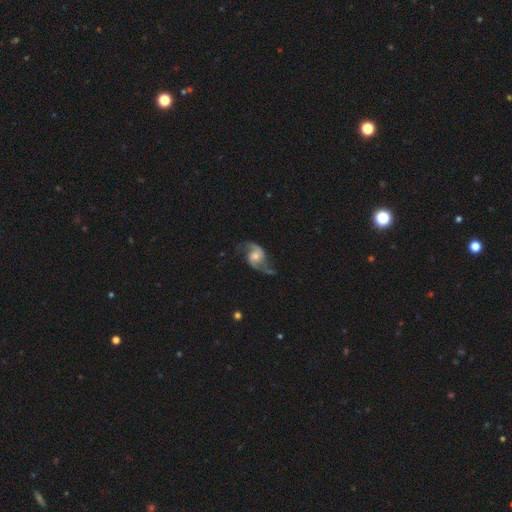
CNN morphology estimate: Smooth or featured? Predicted: featured or disk (p=0.88). Edge-on disk? Predicted: no (p=0.98). Bar? Predicted: no (p=0.57). Spiral arms? Predicted: yes (p=0.97). Spiral winding? Predicted: loose (p=0.59). Spiral arm count? Predicted: 2 (p=0.93). Bulge size? Predicted: moderate (p=0.52). Merging? Predicted: none (p=0.71).